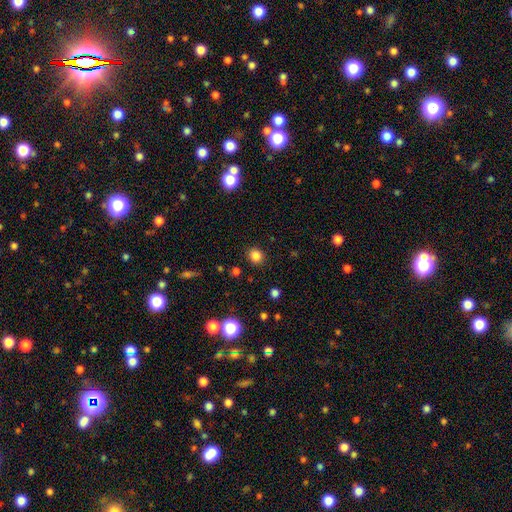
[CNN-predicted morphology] Smooth or featured? smooth (83%)
How rounded? round (81%)
Merging? none (89%)